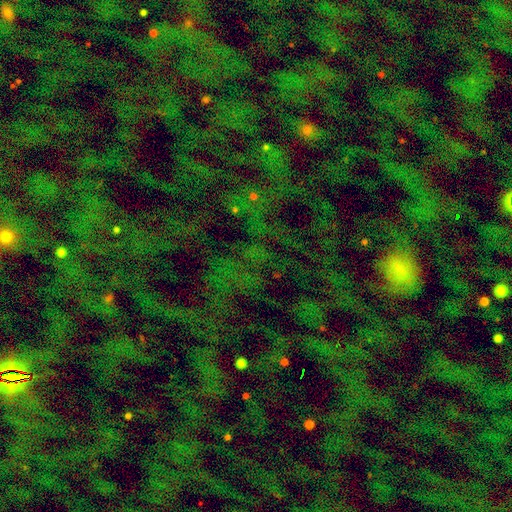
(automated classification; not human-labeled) A star or artifact, not a galaxy (68%).